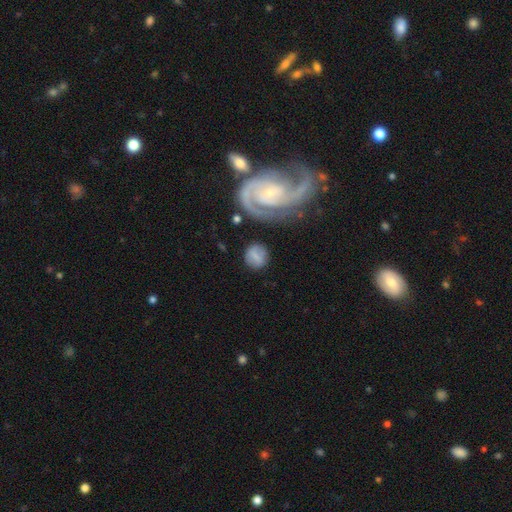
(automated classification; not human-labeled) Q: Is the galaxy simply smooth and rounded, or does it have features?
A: smooth — 57%.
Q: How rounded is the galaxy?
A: round — 73%.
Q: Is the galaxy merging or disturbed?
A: none — 74%.